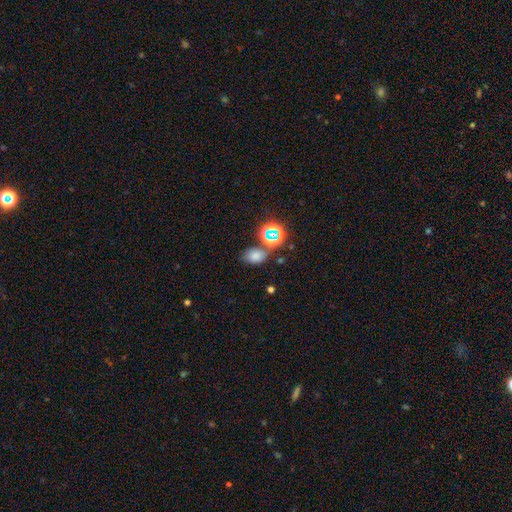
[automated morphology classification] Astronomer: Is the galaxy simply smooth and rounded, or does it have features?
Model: smooth — 64%.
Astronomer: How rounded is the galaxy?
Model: in between — 77%.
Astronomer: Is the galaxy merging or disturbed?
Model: none — 62%.